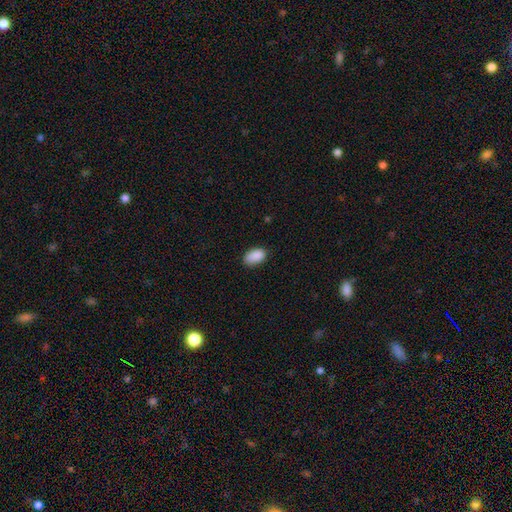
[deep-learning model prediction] A smooth galaxy with no disk features (89%) that is in between round and cigar-shaped (92%). Merging: none (78%).